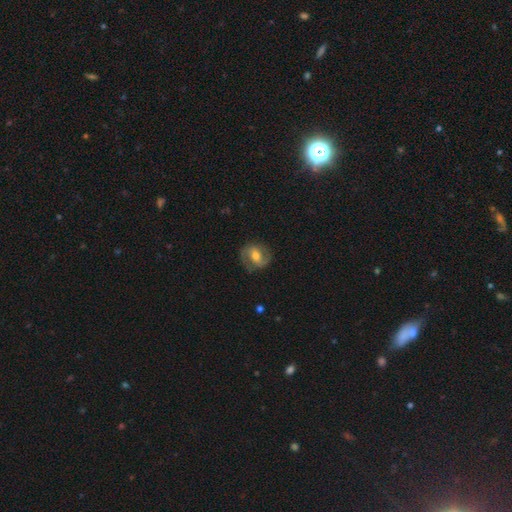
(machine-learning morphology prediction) smooth_or_featured: featured or disk (p=0.70) [alt: smooth p=0.24]
disk_edge_on: no (p=0.97) [alt: yes p=0.03]
bar: weak (p=0.46) [alt: no p=0.29]
has_spiral_arms: yes (p=0.88) [alt: no p=0.12]
spiral_winding: medium (p=0.50) [alt: tight p=0.29]
spiral_arm_count: 2 (p=0.86) [alt: can't tell p=0.07]
bulge_size: moderate (p=0.67) [alt: small p=0.23]
merging: none (p=0.77) [alt: minor disturbance p=0.15]